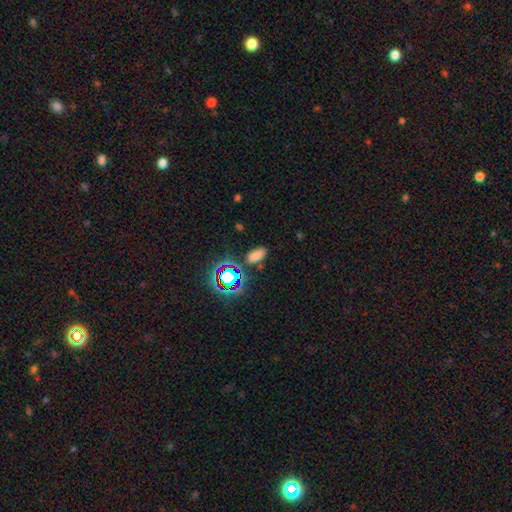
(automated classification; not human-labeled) The model was most divided on "smooth or featured": smooth: 71%, star or artifact: 23%, featured or disk: 6%. More confident: how rounded — in between (89%); merging — none (80%).